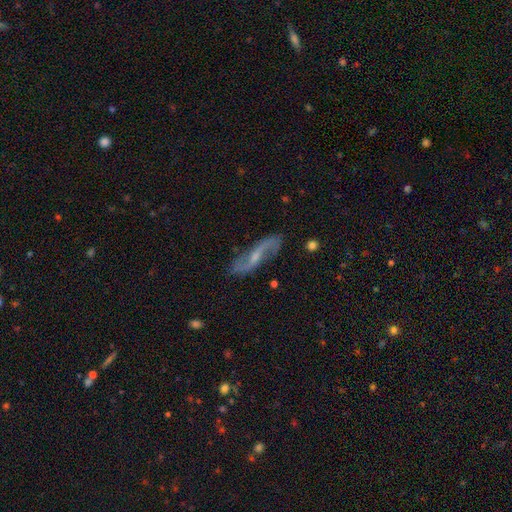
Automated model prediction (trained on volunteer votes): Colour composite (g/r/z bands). It shows a featured or disk galaxy (83%) with a weak bar (45%), 2 (92%) loose (69%) spiral arms (94%) and a small central bulge (59%). Merging: none (80%).